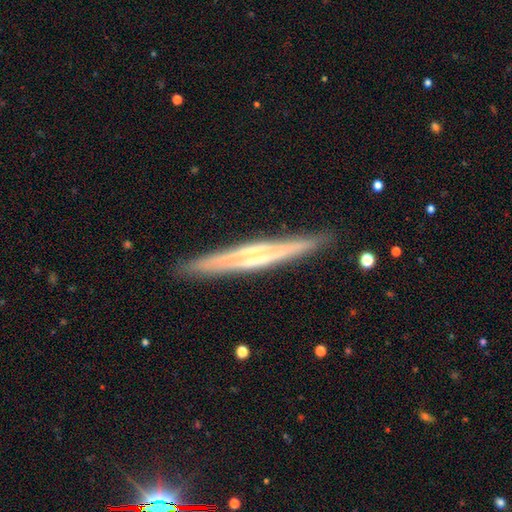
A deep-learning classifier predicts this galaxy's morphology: A featured or disk galaxy (76%) viewed edge-on (96%) with a rounded central bulge (41%). Merging: none (89%).